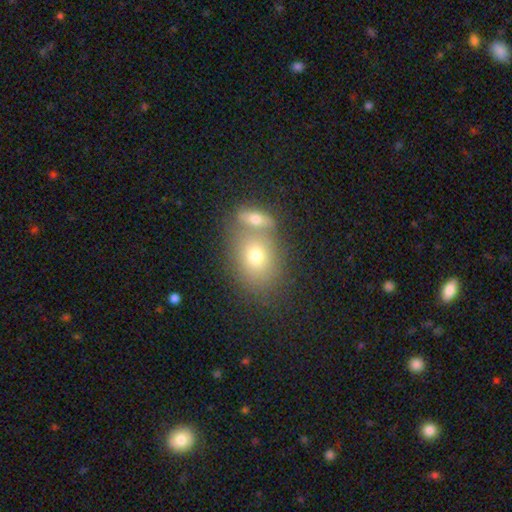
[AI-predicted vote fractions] Smooth or featured? smooth (69%)
How rounded? in between (59%)
Merging? merger (45%)